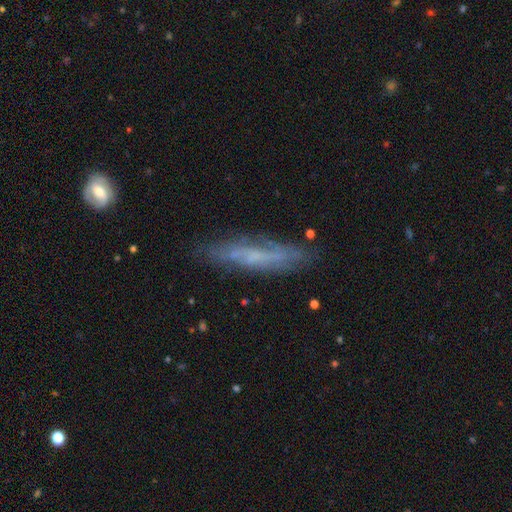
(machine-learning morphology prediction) Smooth or featured? featured or disk (54%)
Edge-on disk? yes (61%)
Merging? none (74%)